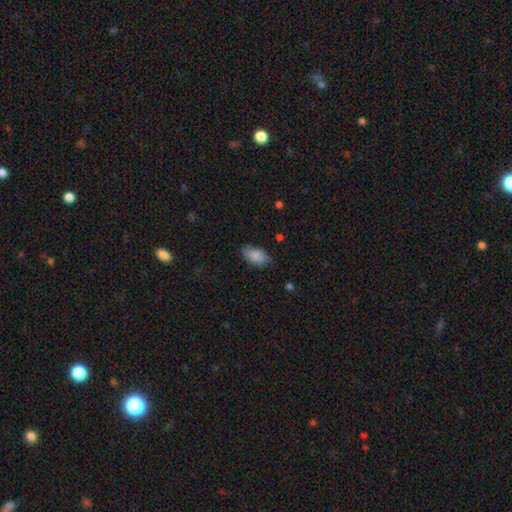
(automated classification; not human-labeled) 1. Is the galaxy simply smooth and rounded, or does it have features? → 85% smooth, 8% featured or disk, 7% star or artifact.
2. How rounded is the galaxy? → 93% in between, 4% round, 3% cigar-shaped.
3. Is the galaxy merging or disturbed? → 75% none, 20% minor disturbance, 4% major disturbance, 1% merger.